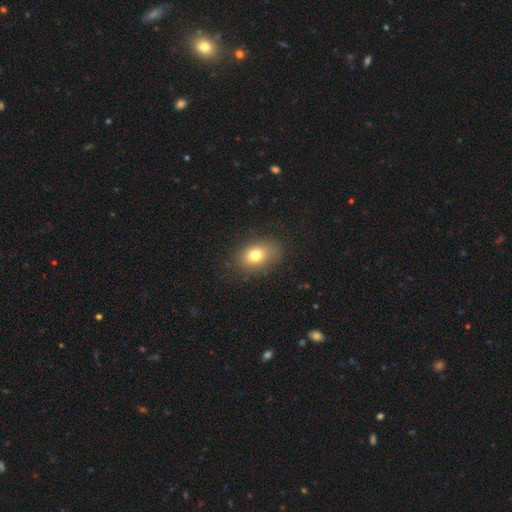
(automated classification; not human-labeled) smooth 75%, featured or disk 13%, star or artifact 12%. Down the decision tree: how rounded — in between (70%); merging — none (80%).